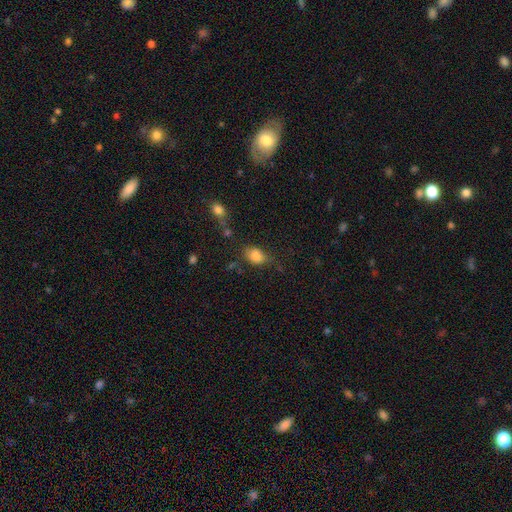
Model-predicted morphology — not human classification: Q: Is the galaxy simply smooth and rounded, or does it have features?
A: smooth — 83%.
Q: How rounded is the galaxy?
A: in between — 73%.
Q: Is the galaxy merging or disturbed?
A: none — 62%.